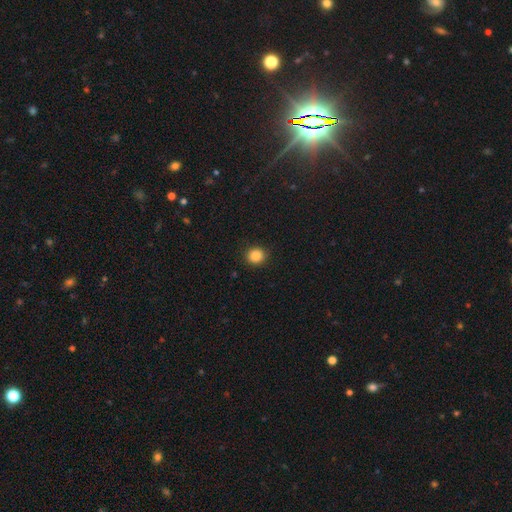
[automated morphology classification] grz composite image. It shows a smooth galaxy with no disk features (87%) that is round (87%). Merging: none (91%).